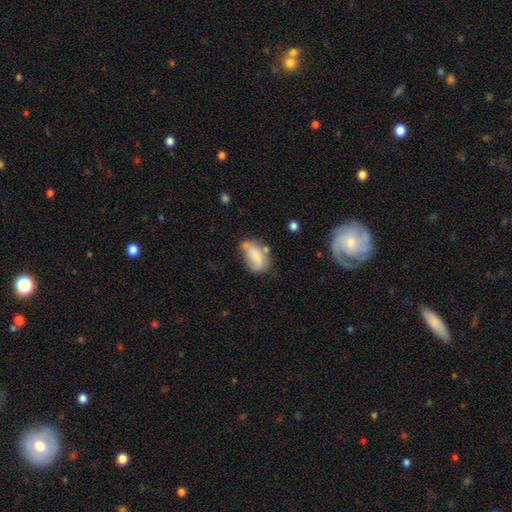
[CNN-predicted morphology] A smooth galaxy with no disk features (67%) that is in between round and cigar-shaped (89%).

Vote fractions:
- Smooth or featured? smooth: 67% / featured or disk: 25% / star or artifact: 8%
- How rounded? in between: 89% / round: 7% / cigar-shaped: 4%
- Merging? none: 39% / minor disturbance: 30% / major disturbance: 16% / merger: 15%